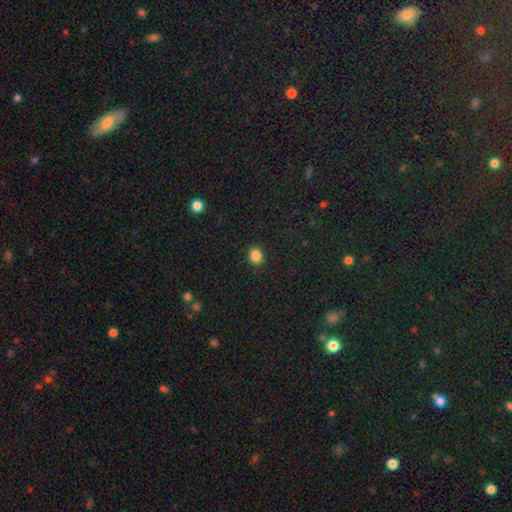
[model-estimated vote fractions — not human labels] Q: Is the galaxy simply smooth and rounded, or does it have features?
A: smooth — 86%.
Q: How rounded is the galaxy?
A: round — 53%.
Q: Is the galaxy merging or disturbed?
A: none — 90%.